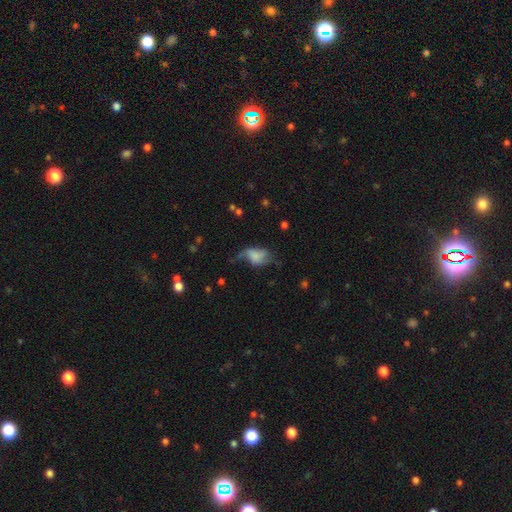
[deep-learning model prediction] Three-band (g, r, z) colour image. It shows a smooth galaxy with no disk features (63%) that is in between round and cigar-shaped (85%). Merging: major disturbance (38%).